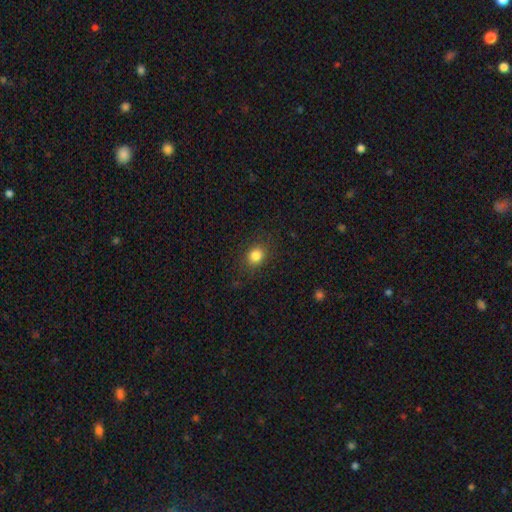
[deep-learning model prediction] Smooth or featured: smooth — 84% (star or artifact — 11%)
How rounded: round — 63% (in between — 36%)
Merging: none — 86% (minor disturbance — 10%)